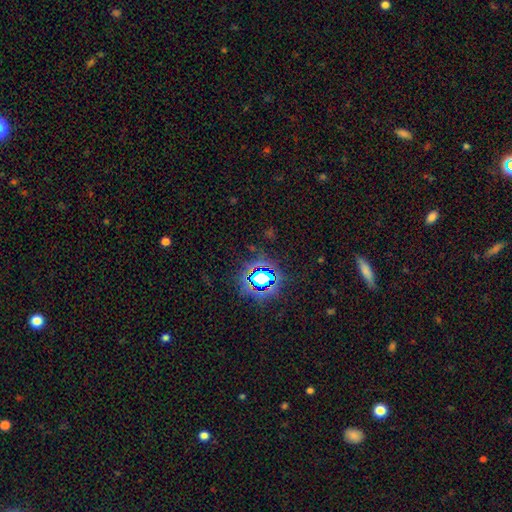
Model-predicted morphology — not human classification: smooth_or_featured: star or artifact (p=0.71) [alt: smooth p=0.20]